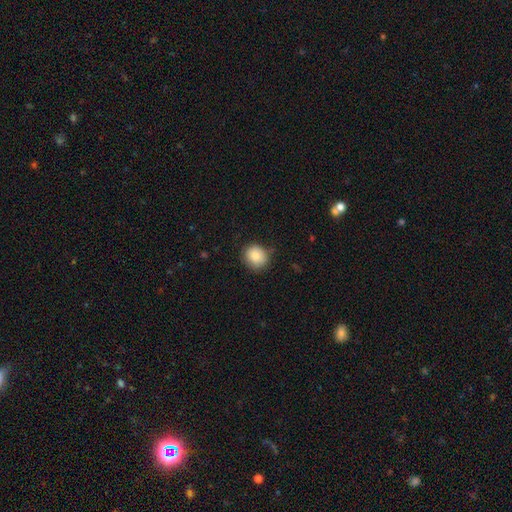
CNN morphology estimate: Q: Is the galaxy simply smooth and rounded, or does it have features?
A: smooth — 86%.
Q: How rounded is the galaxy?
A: round — 80%.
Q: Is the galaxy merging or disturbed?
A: none — 82%.